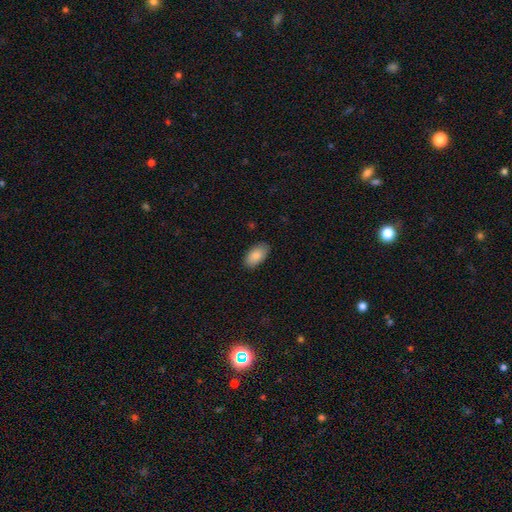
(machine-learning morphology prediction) Smooth or featured? Predicted: smooth (p=0.87). How rounded? Predicted: in between (p=0.95). Merging? Predicted: none (p=0.85).